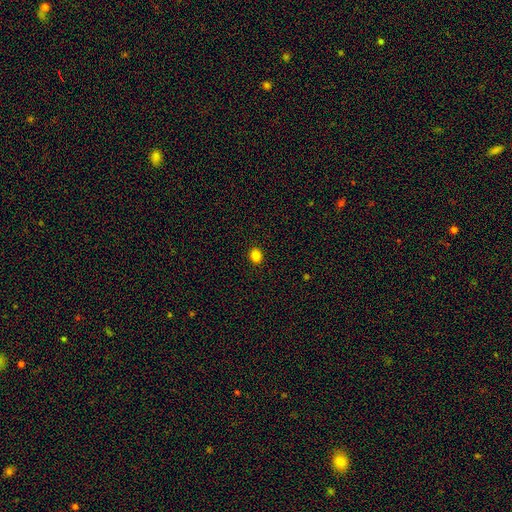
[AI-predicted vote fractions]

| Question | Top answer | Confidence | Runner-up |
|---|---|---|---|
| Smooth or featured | smooth | 85% | star or artifact (12%) |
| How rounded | round | 64% | in between (36%) |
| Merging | none | 92% | minor disturbance (6%) |